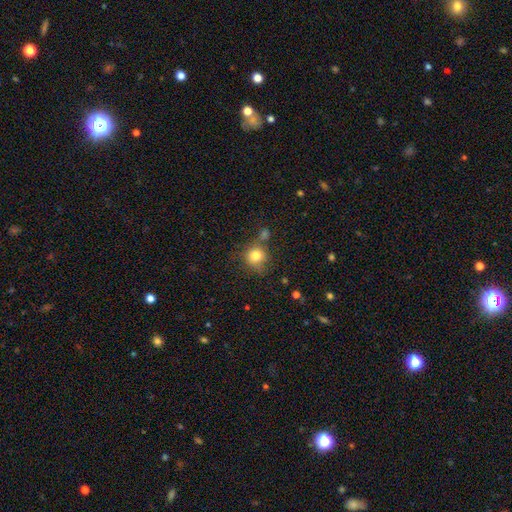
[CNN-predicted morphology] smooth-or-featured: smooth: 80% | star or artifact: 12% | featured or disk: 9%
  how-rounded: round: 88% | in between: 11% | cigar-shaped: 1%
  merging: none: 65% | minor disturbance: 17% | merger: 13% | major disturbance: 6%